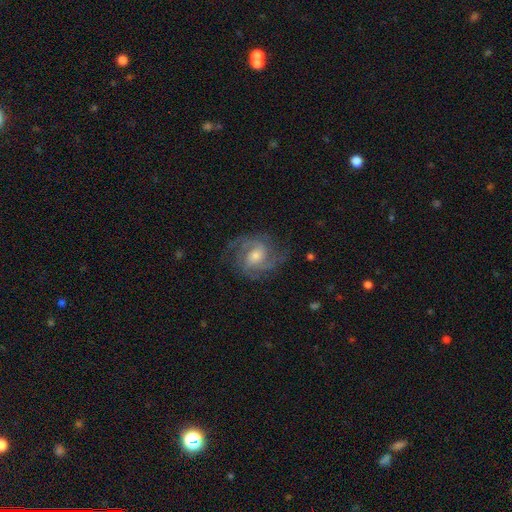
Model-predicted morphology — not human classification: A featured or disk galaxy (88%) with no bar (50%), 2 (45%) medium (47%) spiral arms (97%) and a moderate central bulge (54%).

Vote fractions:
- Smooth or featured? featured or disk: 88% / smooth: 7% / star or artifact: 5%
- Edge-on disk? no: 98% / yes: 2%
- Bar? no: 50% / weak: 41% / strong: 9%
- Spiral arms? yes: 97% / no: 3%
- Spiral winding? medium: 47% / tight: 42% / loose: 10%
- Spiral arm count? 2: 45% / 3: 27% / can't tell: 12% / 4: 6% / 1: 4% / more than 4: 4%
- Bulge size? moderate: 54% / small: 37% / large: 5% / none: 2% / dominant: 1%
- Merging? none: 75% / minor disturbance: 15% / major disturbance: 8% / merger: 1%